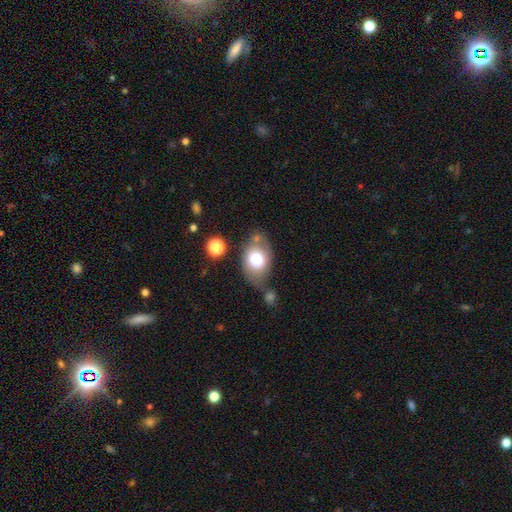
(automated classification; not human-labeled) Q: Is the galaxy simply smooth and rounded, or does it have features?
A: smooth — 68%.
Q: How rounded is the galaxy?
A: in between — 76%.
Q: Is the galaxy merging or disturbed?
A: none — 59%.